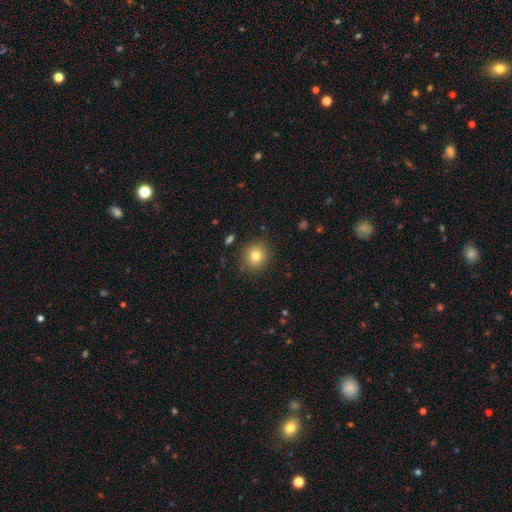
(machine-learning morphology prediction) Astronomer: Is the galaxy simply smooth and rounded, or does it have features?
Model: smooth — 80%.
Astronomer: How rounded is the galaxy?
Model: round — 85%.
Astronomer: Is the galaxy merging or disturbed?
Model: none — 87%.